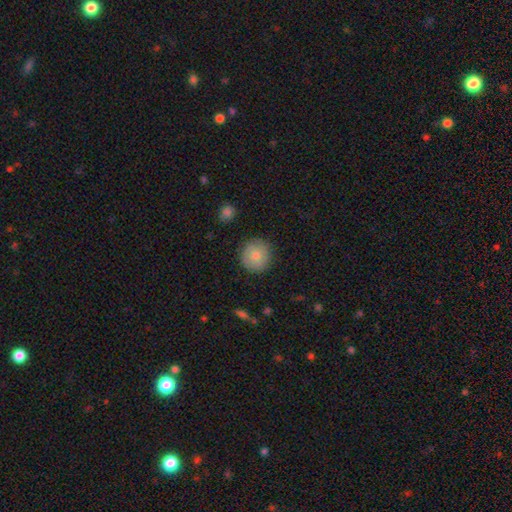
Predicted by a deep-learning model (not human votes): Q: Smooth or featured?
A: smooth (78%); runner-up: featured or disk (15%)
Q: How rounded?
A: round (92%); runner-up: in between (7%)
Q: Merging?
A: none (86%); runner-up: minor disturbance (11%)